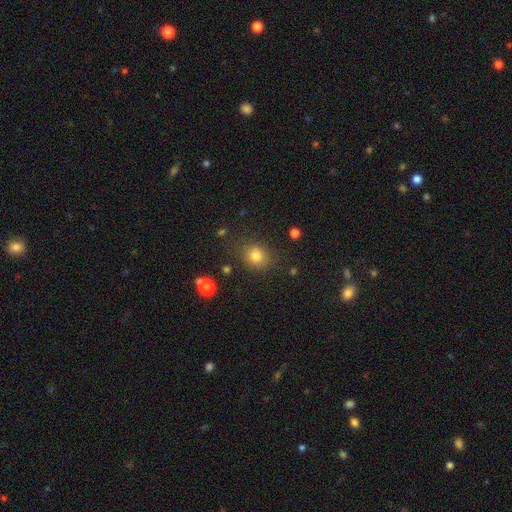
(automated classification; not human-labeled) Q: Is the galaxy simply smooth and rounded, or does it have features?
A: smooth — 81%.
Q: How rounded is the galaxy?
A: round — 70%.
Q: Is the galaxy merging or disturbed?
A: none — 80%.